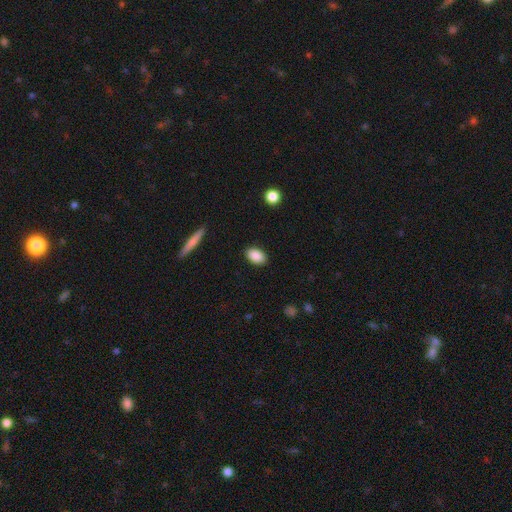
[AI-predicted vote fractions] This appears to be a smooth galaxy with no disk features (89%) that is in between round and cigar-shaped (88%). Merging: none (88%).